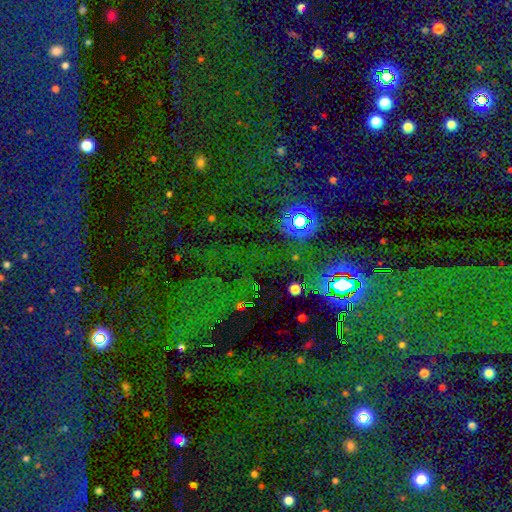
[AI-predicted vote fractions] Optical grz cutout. It shows a star or artifact, not a galaxy (75%).